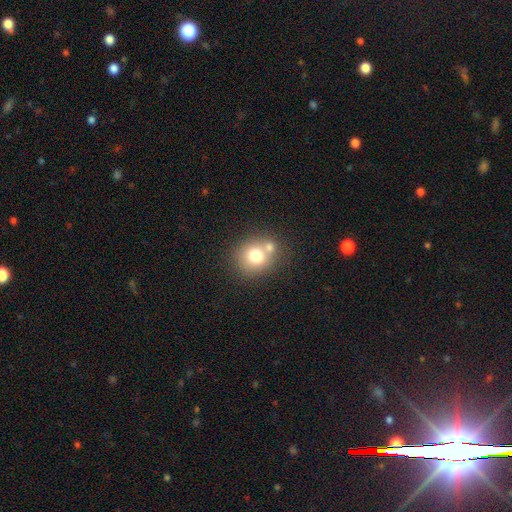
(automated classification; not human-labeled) This appears to be a smooth galaxy with no disk features (72%) that is round (78%). Merging: none (52%).